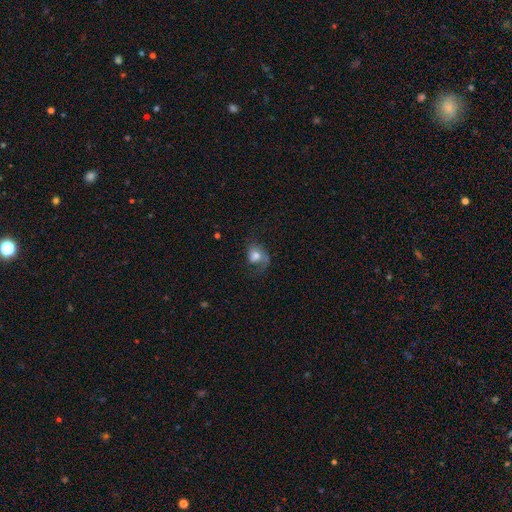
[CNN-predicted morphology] A smooth galaxy with no disk features (58%) that is in between round and cigar-shaped (52%). Merging: none (42%).